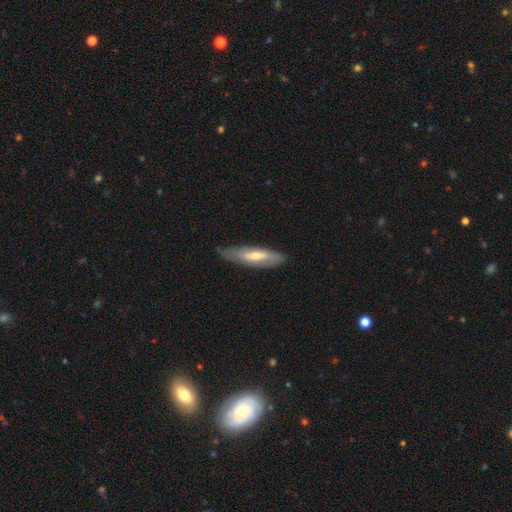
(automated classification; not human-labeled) Morphology: type=smooth (48%); merging=none (73%).